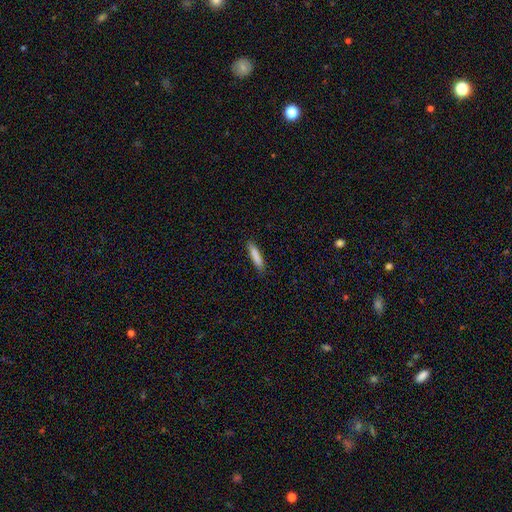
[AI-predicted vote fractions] Smooth or featured?
  - smooth: 85% *
  - featured or disk: 9%
  - star or artifact: 6%
How rounded?
  - cigar-shaped: 83% *
  - in between: 15%
  - round: 1%
Merging?
  - none: 86% *
  - minor disturbance: 11%
  - major disturbance: 2%
  - merger: 1%